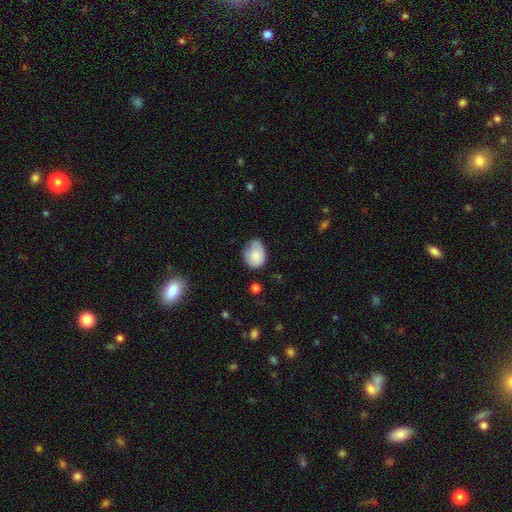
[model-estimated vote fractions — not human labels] smooth_or_featured: smooth (p=0.79) [alt: featured or disk p=0.13]
how_rounded: in between (p=0.59) [alt: round p=0.40]
merging: none (p=0.47) [alt: minor disturbance p=0.40]